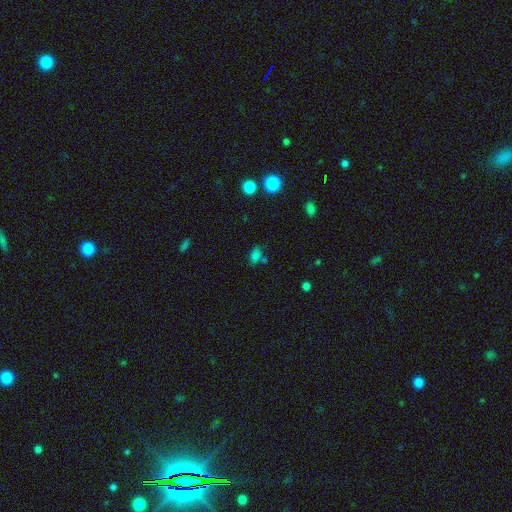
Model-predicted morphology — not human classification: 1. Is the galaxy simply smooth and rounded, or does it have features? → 73% smooth, 21% star or artifact, 6% featured or disk.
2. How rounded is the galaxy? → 82% in between, 15% round, 3% cigar-shaped.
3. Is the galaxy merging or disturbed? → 64% none, 16% minor disturbance, 14% merger, 6% major disturbance.